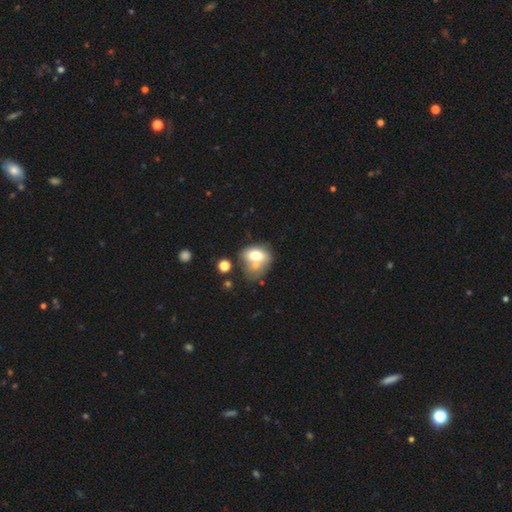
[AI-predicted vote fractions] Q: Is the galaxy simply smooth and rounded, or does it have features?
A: smooth — 68%.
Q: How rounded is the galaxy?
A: in between — 67%.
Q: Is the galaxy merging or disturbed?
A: merger — 44%.